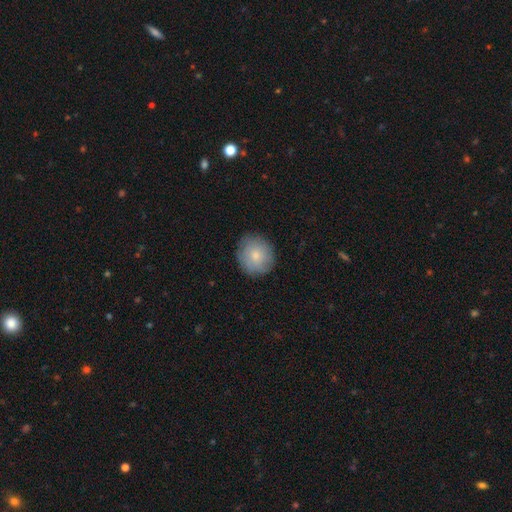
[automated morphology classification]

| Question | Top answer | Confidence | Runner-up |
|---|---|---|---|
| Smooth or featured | smooth | 76% | featured or disk (17%) |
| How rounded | round | 80% | in between (19%) |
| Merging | none | 84% | minor disturbance (13%) |